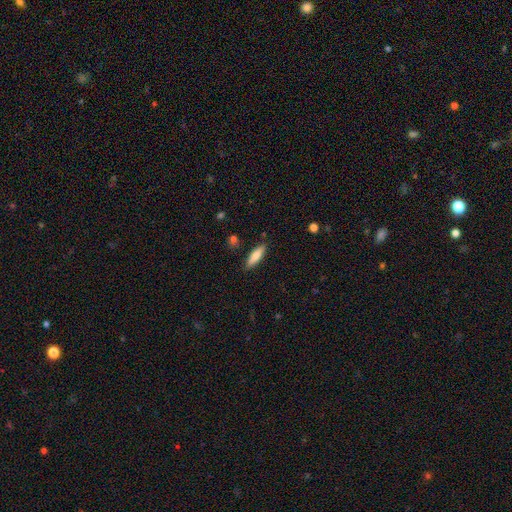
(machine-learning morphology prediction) The model was most divided on "how rounded": cigar-shaped: 64%, in between: 34%, round: 2%. More confident: merging — none (87%); smooth or featured — smooth (79%).